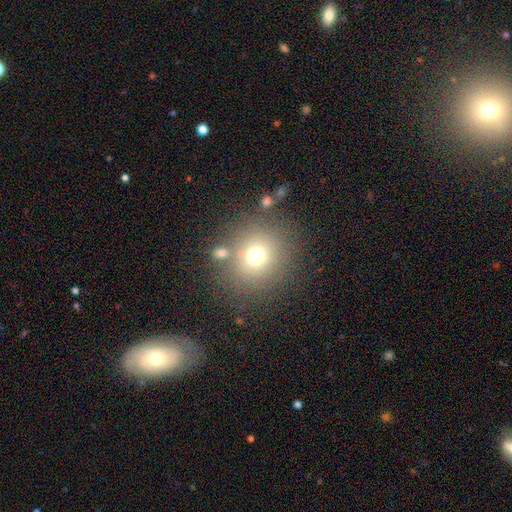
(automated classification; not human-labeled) Smooth or featured? smooth (70%)
How rounded? round (85%)
Merging? none (76%)